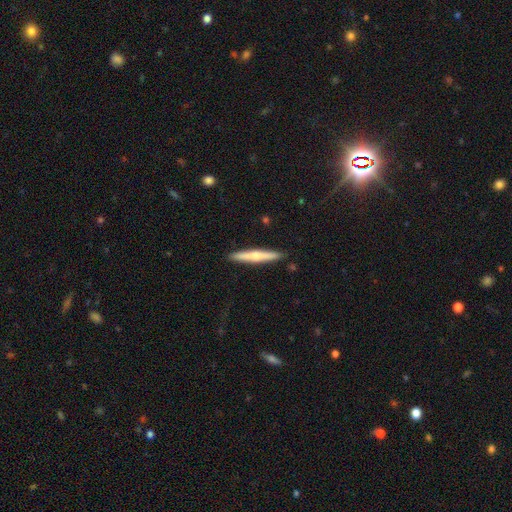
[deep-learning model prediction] Smooth or featured? smooth (48%)
Merging? none (90%)